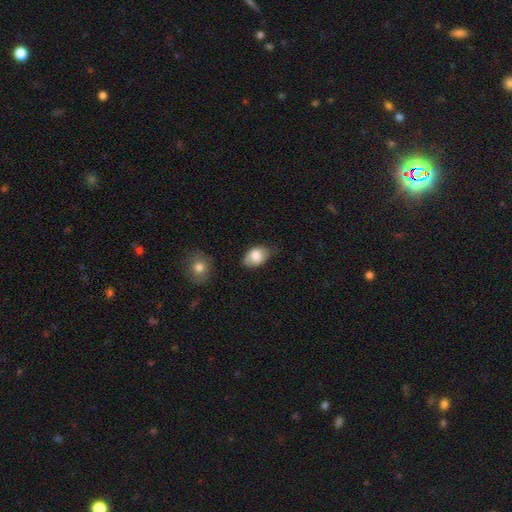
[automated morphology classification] This is likely a smooth galaxy (78%). How rounded: clearly in between (85%). Merging: possibly none (57%).